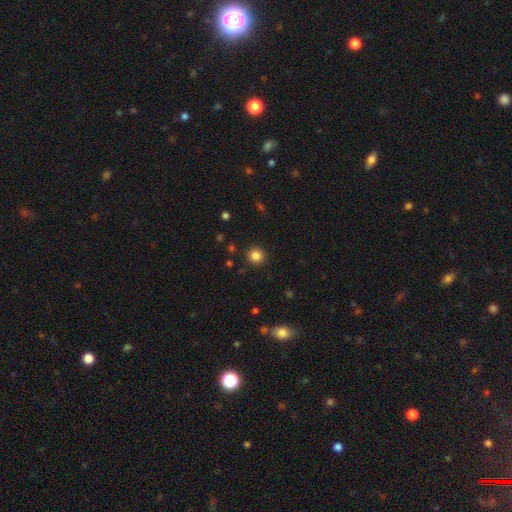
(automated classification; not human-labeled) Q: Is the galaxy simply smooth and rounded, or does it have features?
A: smooth — 84%.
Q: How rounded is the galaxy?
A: round — 92%.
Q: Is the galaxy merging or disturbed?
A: none — 90%.